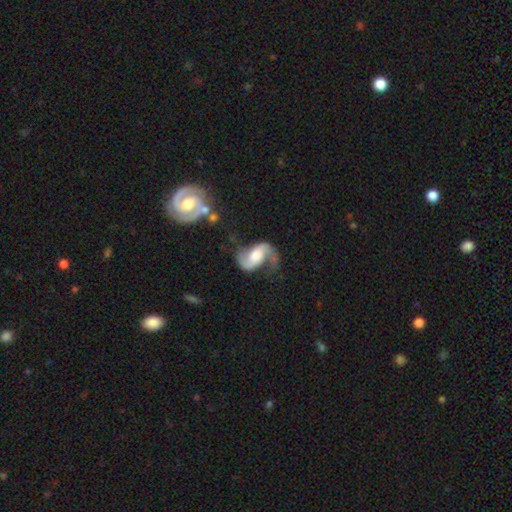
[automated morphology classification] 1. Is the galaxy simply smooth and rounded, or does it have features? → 88% featured or disk, 7% smooth, 5% star or artifact.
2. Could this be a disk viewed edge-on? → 98% no, 2% yes.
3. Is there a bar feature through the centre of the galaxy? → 45% no, 37% weak, 18% strong.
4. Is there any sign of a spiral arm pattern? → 97% yes, 3% no.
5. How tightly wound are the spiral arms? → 52% loose, 40% medium, 8% tight.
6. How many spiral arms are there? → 91% 2, 4% 1, 2% can't tell, 1% 3, 1% 4, 1% more than 4.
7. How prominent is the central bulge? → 40% large, 30% moderate, 12% none, 11% small, 6% dominant.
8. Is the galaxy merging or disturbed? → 61% none, 19% minor disturbance, 16% major disturbance, 4% merger.